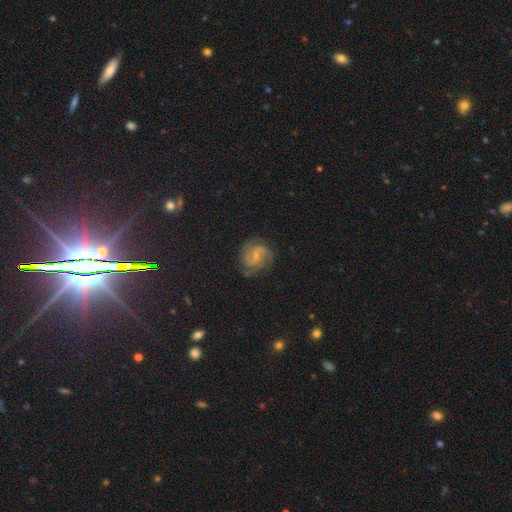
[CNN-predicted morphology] smooth-or-featured: featured or disk: 81% | smooth: 11% | star or artifact: 8%
  disk-edge-on: no: 98% | yes: 2%
    bar: no: 46% (tied) | weak: 46% (tied) | strong: 8%
    has-spiral-arms: yes: 96% | no: 4%
      spiral-winding: medium: 49% | tight: 36% | loose: 14%
      spiral-arm-count: 2: 53% | 3: 20% | can't tell: 13% | 4: 5% | 1: 4% | more than 4: 4%
    bulge-size: small: 69% | moderate: 18% | none: 11% | large: 1% | dominant: 1%
  merging: none: 74% | minor disturbance: 17% | major disturbance: 7% | merger: 1%